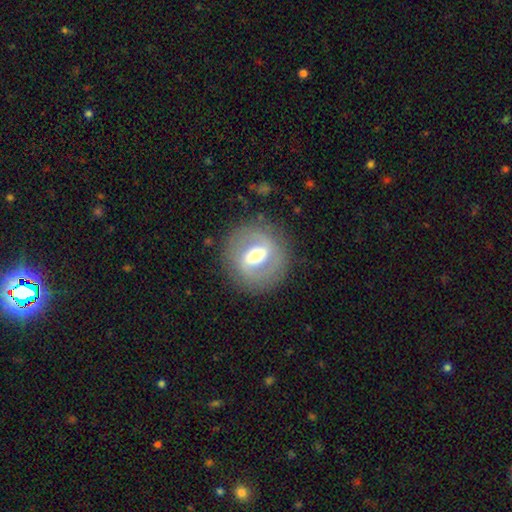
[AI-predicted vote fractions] Overall: featured or disk (69%). Edge-on disk: no (93%). Bar: strong (48%; weak 39%). Spiral arms: yes (62%; no 38%). Bulge size: moderate (62%). Merging: none (82%).